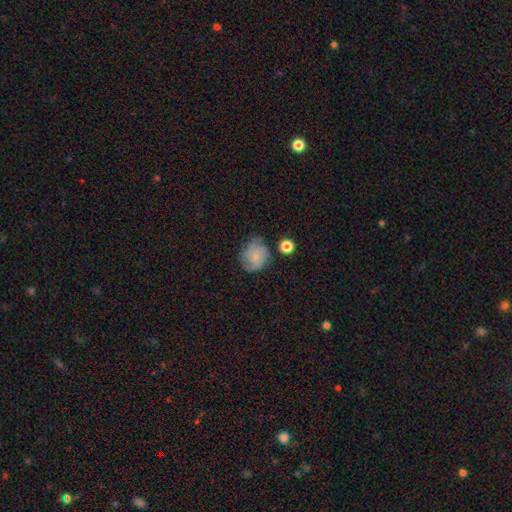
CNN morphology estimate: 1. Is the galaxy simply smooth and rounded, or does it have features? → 45% featured or disk (tied), 45% smooth (tied), 10% star or artifact.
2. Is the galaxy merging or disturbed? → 52% none, 29% minor disturbance, 14% major disturbance, 4% merger.